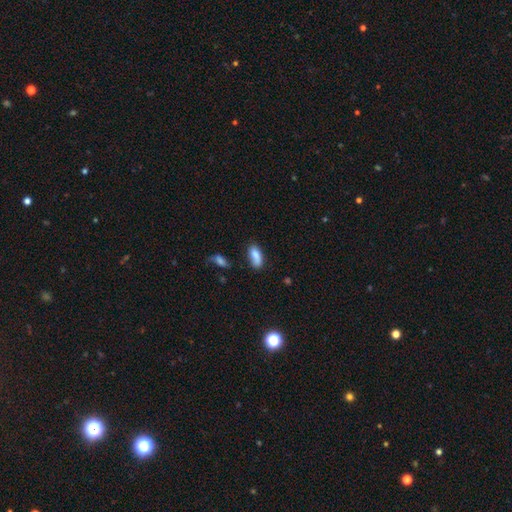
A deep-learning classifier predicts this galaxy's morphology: A smooth galaxy with no disk features (83%) that is in between round and cigar-shaped (81%). Merging: none (60%).